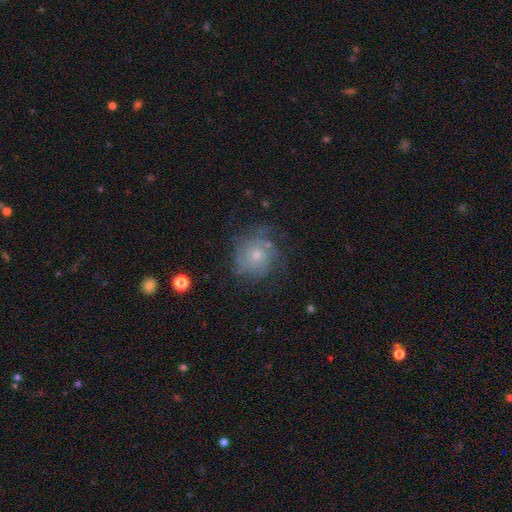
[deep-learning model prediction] A featured or disk galaxy (49%). Merging: none (59%).